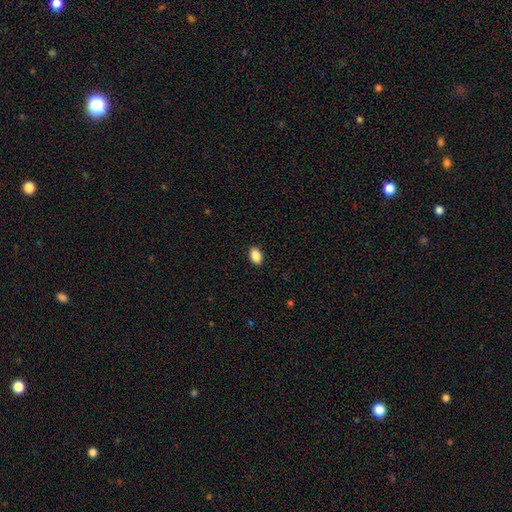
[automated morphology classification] A smooth galaxy with no disk features (88%) that is in between round and cigar-shaped (88%).

Vote fractions:
- Smooth or featured? smooth: 88% / star or artifact: 8% / featured or disk: 4%
- How rounded? in between: 88% / round: 11% / cigar-shaped: 1%
- Merging? none: 90% / minor disturbance: 7% / major disturbance: 2% / merger: 1%